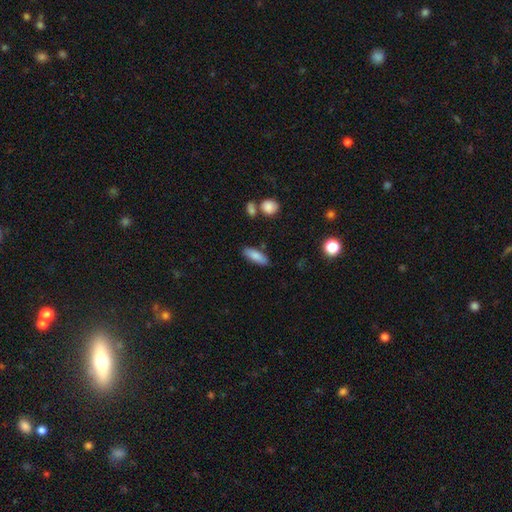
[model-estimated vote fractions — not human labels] Smooth or featured? Predicted: smooth (p=0.83). How rounded? Predicted: in between (p=0.64). Merging? Predicted: none (p=0.83).